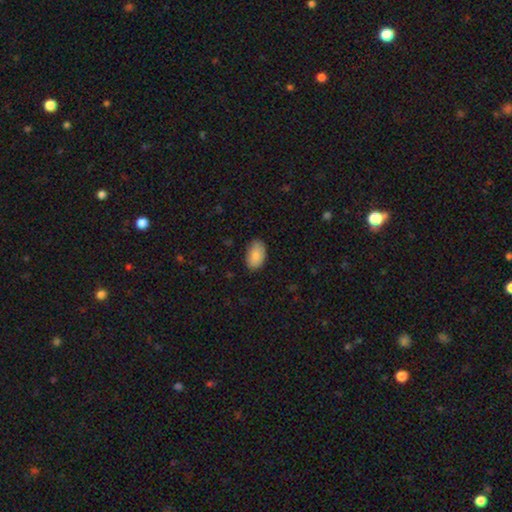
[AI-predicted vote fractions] Smooth or featured: smooth — 88% (star or artifact — 6%)
How rounded: in between — 94% (round — 5%)
Merging: none — 85% (minor disturbance — 11%)